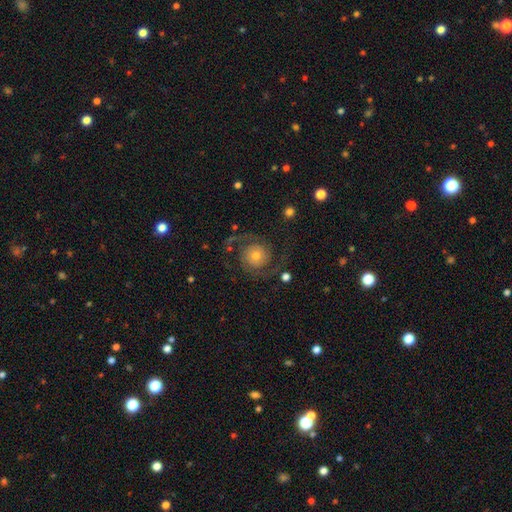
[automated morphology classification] Q: Smooth or featured?
A: featured or disk (84%); runner-up: smooth (9%)
Q: Edge-on disk?
A: no (98%); runner-up: yes (2%)
Q: Bar?
A: no (78%); runner-up: weak (18%)
Q: Spiral arms?
A: yes (97%); runner-up: no (3%)
Q: Spiral winding?
A: medium (51%); runner-up: loose (24%)
Q: Spiral arm count?
A: 2 (93%); runner-up: can't tell (2%)
Q: Bulge size?
A: moderate (46%); runner-up: small (44%)
Q: Merging?
A: none (79%); runner-up: minor disturbance (11%)